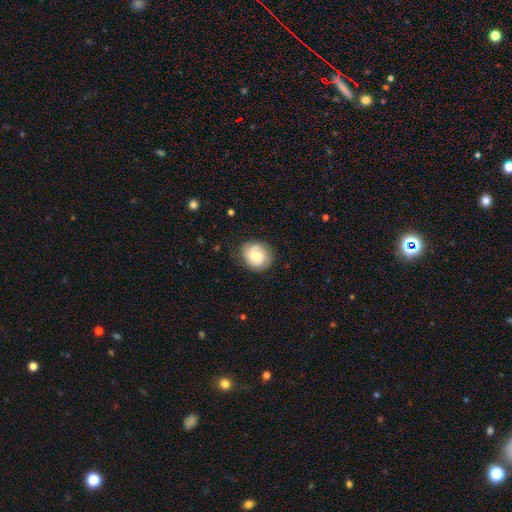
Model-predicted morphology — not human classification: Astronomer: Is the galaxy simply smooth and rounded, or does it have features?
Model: smooth — 53% (runner-up: featured or disk, 39%).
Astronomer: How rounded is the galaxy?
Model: round — 74%.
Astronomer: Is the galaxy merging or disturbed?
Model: none — 79%.